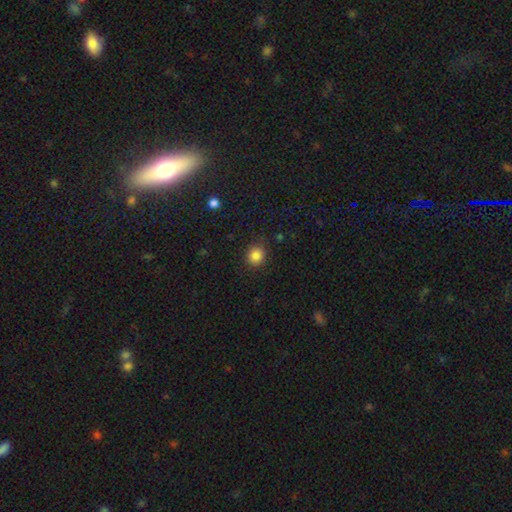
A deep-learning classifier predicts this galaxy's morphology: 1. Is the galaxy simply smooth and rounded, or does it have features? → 85% smooth, 11% star or artifact, 4% featured or disk.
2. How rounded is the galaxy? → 88% round, 11% in between, 1% cigar-shaped.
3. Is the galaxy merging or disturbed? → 88% none, 8% minor disturbance, 3% major disturbance, 1% merger.